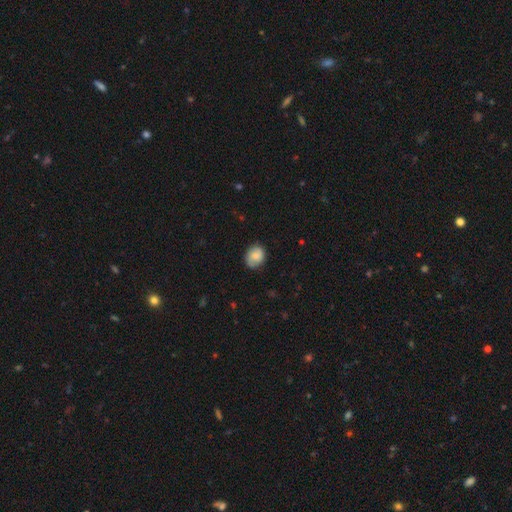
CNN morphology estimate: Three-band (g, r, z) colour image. It shows a smooth galaxy with no disk features (77%) that is round (50%). Merging: none (75%).